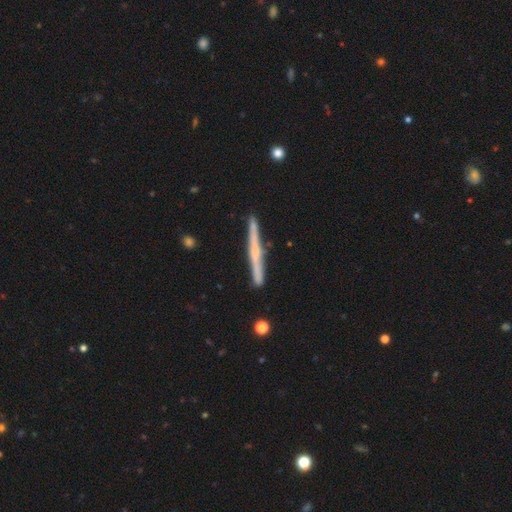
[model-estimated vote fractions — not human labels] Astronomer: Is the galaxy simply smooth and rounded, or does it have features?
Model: featured or disk — 62%.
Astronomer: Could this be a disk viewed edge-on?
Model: yes — 97%.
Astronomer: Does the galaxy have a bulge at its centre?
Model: none — 55% (runner-up: rounded, 36%).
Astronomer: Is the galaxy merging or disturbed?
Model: none — 88%.